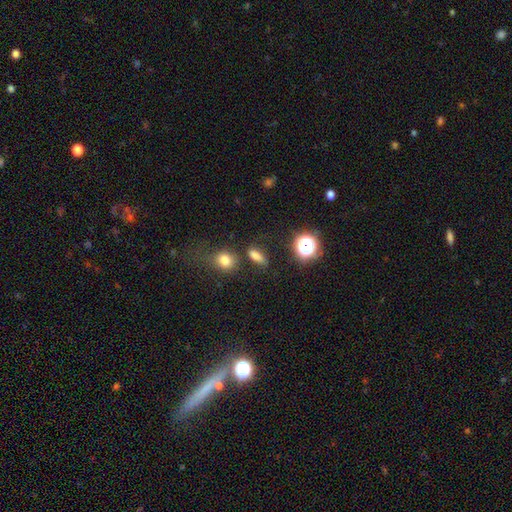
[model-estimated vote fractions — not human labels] This appears to be a smooth galaxy with no disk features (76%) that is in between round and cigar-shaped (59%). Merging: none (72%).